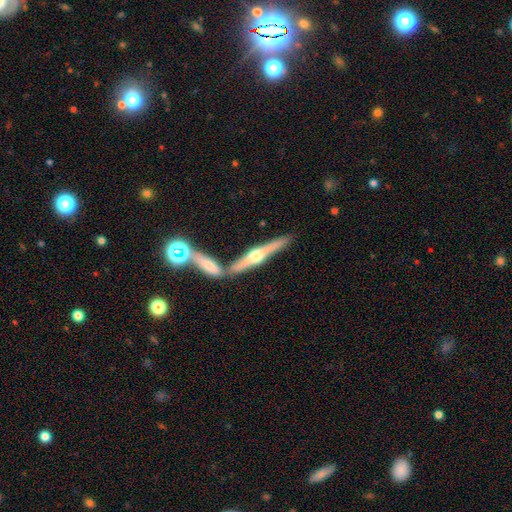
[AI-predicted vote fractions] A featured or disk galaxy (71%) viewed edge-on (96%) with a rounded central bulge (93%). Merging: none (65%).